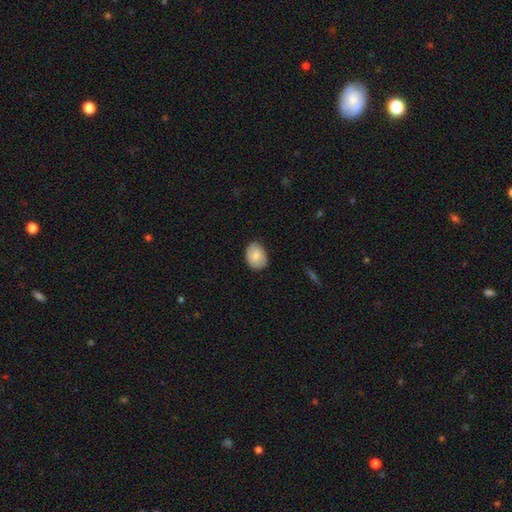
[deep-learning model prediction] smooth-or-featured: smooth: 80% | featured or disk: 13% | star or artifact: 7%
  how-rounded: in between: 70% | round: 30% | cigar-shaped: 1%
  merging: none: 81% | minor disturbance: 16% | major disturbance: 2% | merger: 1%